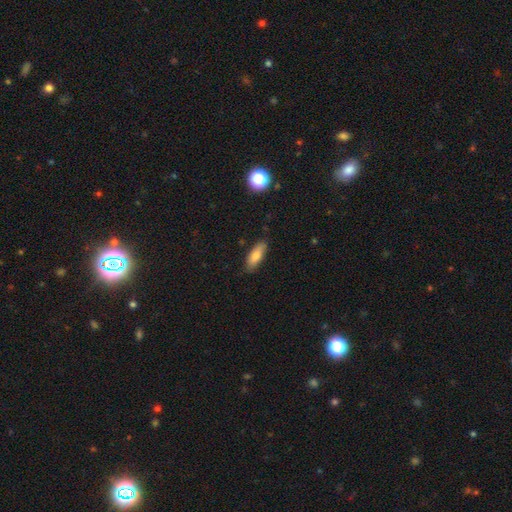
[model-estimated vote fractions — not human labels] Overall: smooth (79%). How rounded: in between (63%; cigar-shaped 34%). Merging: none (80%).